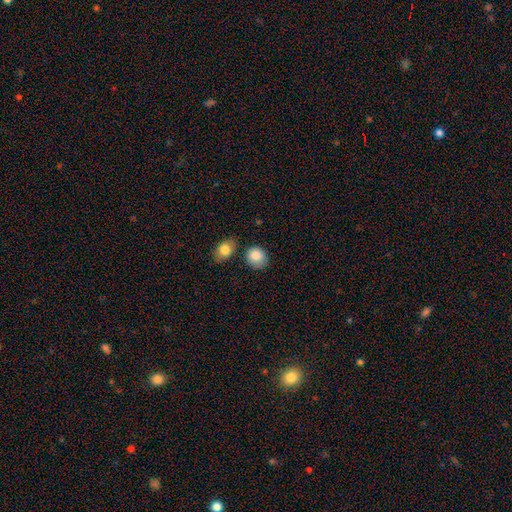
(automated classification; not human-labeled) Smooth or featured?
  - smooth: 85% *
  - featured or disk: 8%
  - star or artifact: 7%
How rounded?
  - round: 64% *
  - in between: 35%
  - cigar-shaped: 1%
Merging?
  - none: 67% *
  - minor disturbance: 18%
  - merger: 11%
  - major disturbance: 5%